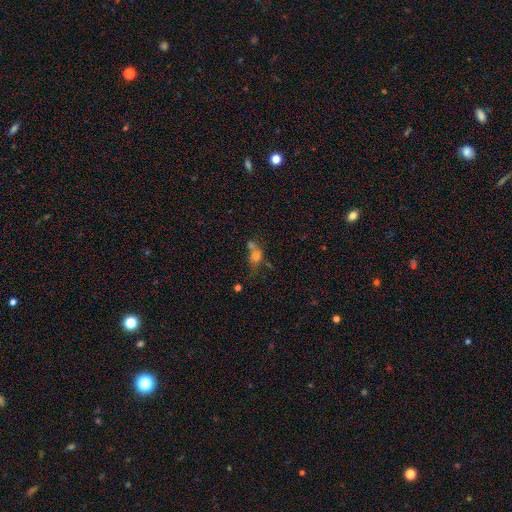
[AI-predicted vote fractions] Q: Smooth or featured?
A: smooth (69%); runner-up: featured or disk (17%)
Q: How rounded?
A: in between (52%); runner-up: round (44%)
Q: Merging?
A: merger (48%); runner-up: none (28%)